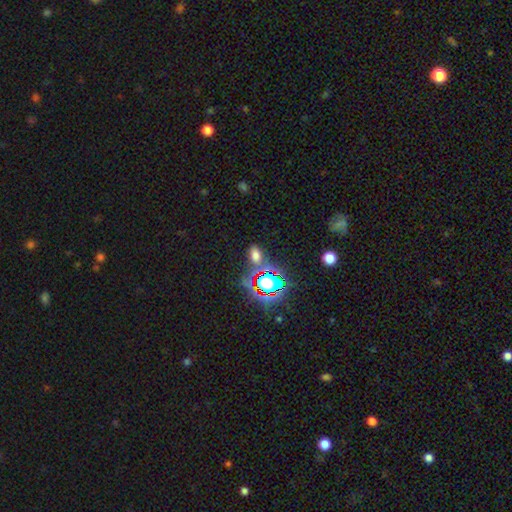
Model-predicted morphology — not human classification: Smooth or featured? Predicted: smooth (p=0.59). How rounded? Predicted: in between (p=0.85). Merging? Predicted: none (p=0.74).